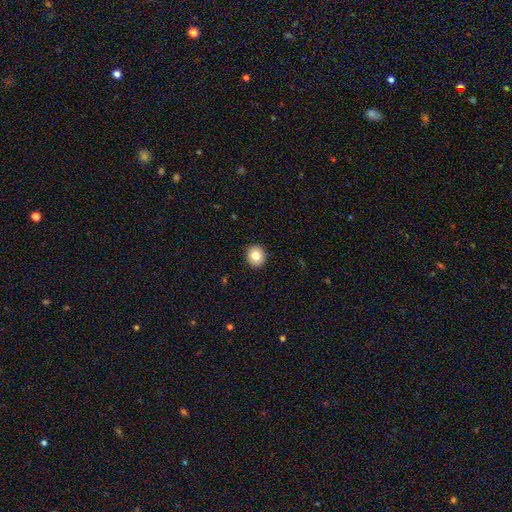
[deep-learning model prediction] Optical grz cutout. It shows a smooth galaxy with no disk features (81%) that is round (87%). Merging: none (93%).